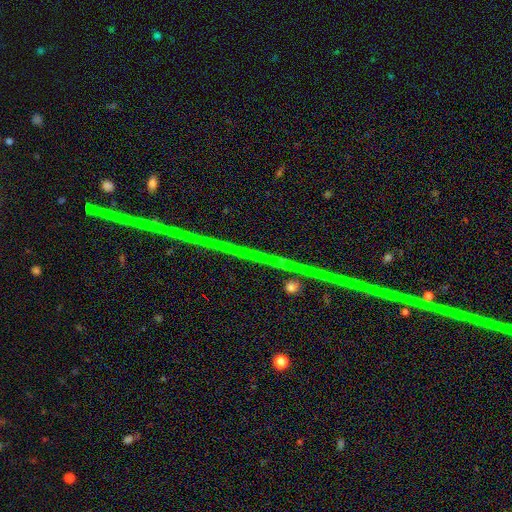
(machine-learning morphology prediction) Overall: star or artifact (67%).